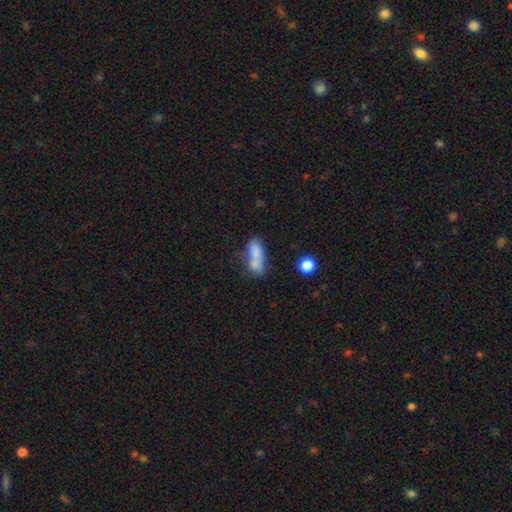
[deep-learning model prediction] smooth 73%, featured or disk 18%, star or artifact 10%. Down the decision tree: how rounded — in between (65%); merging — merger (43%).